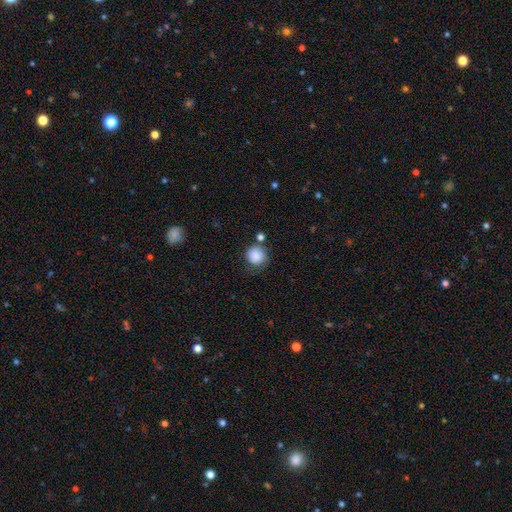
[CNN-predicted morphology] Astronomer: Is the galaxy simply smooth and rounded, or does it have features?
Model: smooth — 86%.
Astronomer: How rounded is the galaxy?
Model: round — 91%.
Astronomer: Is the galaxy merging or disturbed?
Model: none — 64%.